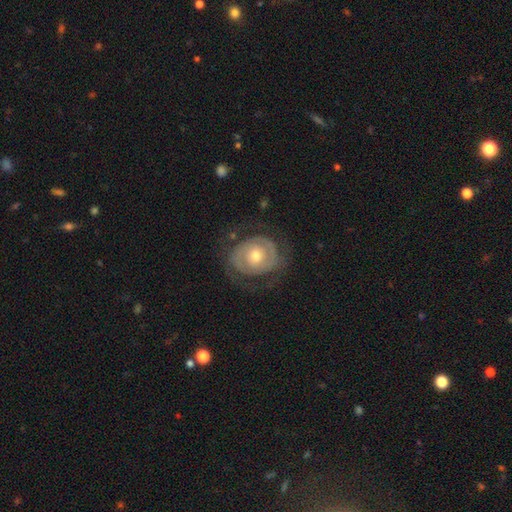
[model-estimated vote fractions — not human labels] smooth_or_featured: featured or disk (p=0.75) [alt: smooth p=0.20]
disk_edge_on: no (p=0.97) [alt: yes p=0.03]
bar: no (p=0.73) [alt: weak p=0.21]
has_spiral_arms: yes (p=0.75) [alt: no p=0.25]
spiral_winding: tight (p=0.62) [alt: medium p=0.26]
spiral_arm_count: 2 (p=0.58) [alt: can't tell p=0.24]
bulge_size: moderate (p=0.69) [alt: small p=0.24]
merging: none (p=0.69) [alt: minor disturbance p=0.16]